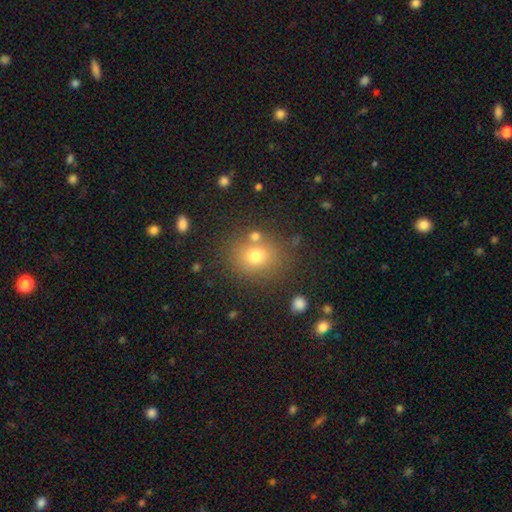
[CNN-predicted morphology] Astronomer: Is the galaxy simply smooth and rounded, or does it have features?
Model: smooth — 73%.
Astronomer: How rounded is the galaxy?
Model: round — 73%.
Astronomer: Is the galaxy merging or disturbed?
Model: none — 76%.